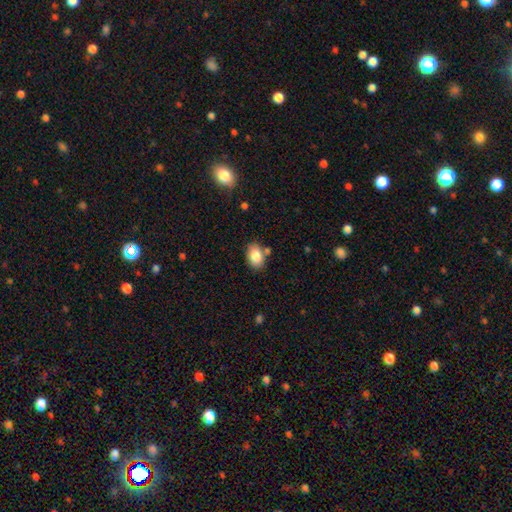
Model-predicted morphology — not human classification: smooth-or-featured: smooth: 85% | star or artifact: 8% | featured or disk: 7%
  how-rounded: in between: 82% | round: 17% | cigar-shaped: 1%
  merging: none: 76% | minor disturbance: 14% | merger: 8% | major disturbance: 3%